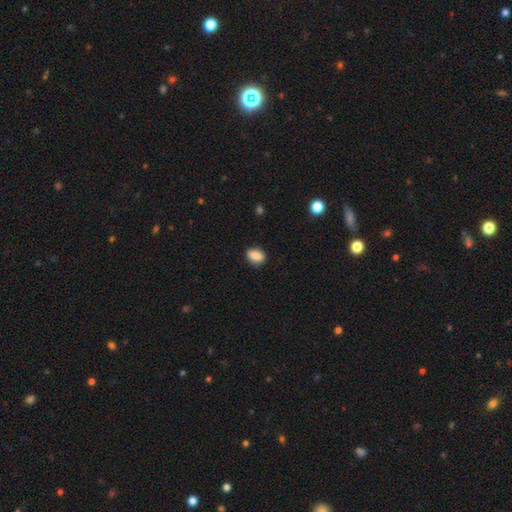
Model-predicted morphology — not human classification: Smooth or featured: smooth — 86% (star or artifact — 8%)
How rounded: in between — 73% (round — 25%)
Merging: none — 83% (minor disturbance — 13%)